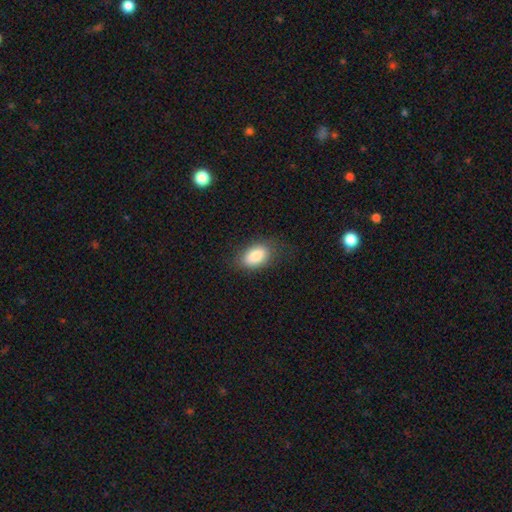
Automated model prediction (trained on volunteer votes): Smooth or featured?
  - smooth: 86% *
  - star or artifact: 7%
  - featured or disk: 7%
How rounded?
  - in between: 90% *
  - round: 8%
  - cigar-shaped: 2%
Merging?
  - none: 77% *
  - minor disturbance: 17%
  - major disturbance: 5%
  - merger: 1%